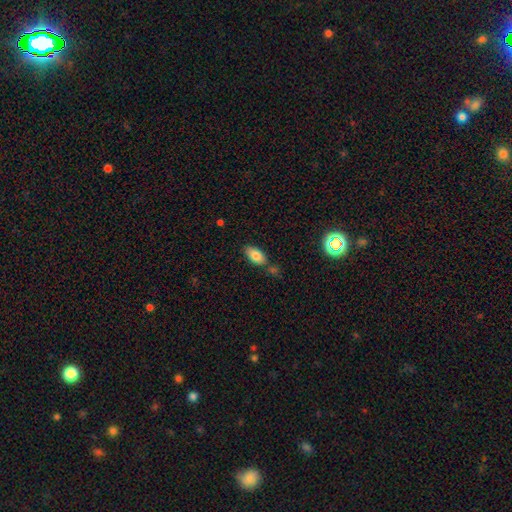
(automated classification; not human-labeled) Morphology: type=smooth (80%); roundness=in between (92%); merging=none (71%).